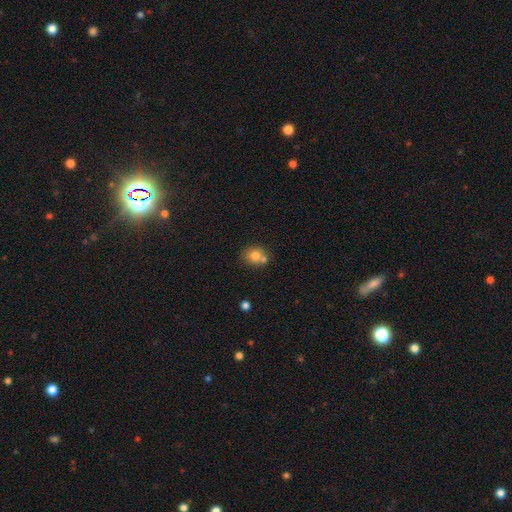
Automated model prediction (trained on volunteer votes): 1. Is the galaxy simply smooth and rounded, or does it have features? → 77% smooth, 12% featured or disk, 11% star or artifact.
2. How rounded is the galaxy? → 74% round, 25% in between, 1% cigar-shaped.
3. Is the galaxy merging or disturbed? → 54% none, 32% merger, 11% minor disturbance, 3% major disturbance.